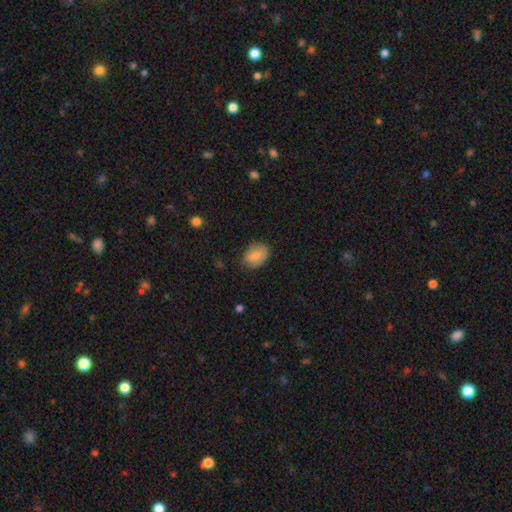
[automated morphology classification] The model was most divided on "how rounded": in between: 72%, round: 27%, cigar-shaped: 1%. More confident: smooth or featured — smooth (83%); merging — none (72%).